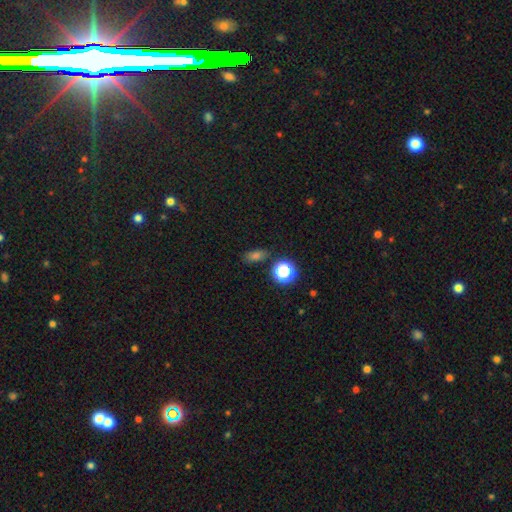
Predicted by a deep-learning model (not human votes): Overall: smooth (65%; star or artifact 27%). How rounded: in between (71%). Merging: none (83%).